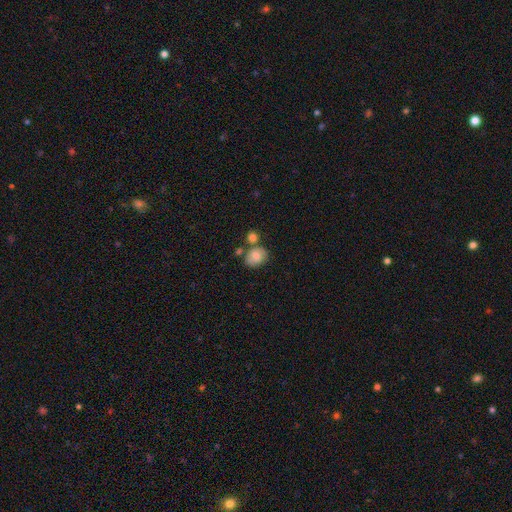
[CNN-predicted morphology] smooth 75%, featured or disk 16%, star or artifact 9%. Down the decision tree: how rounded — in between (51%); merging — none (57%).